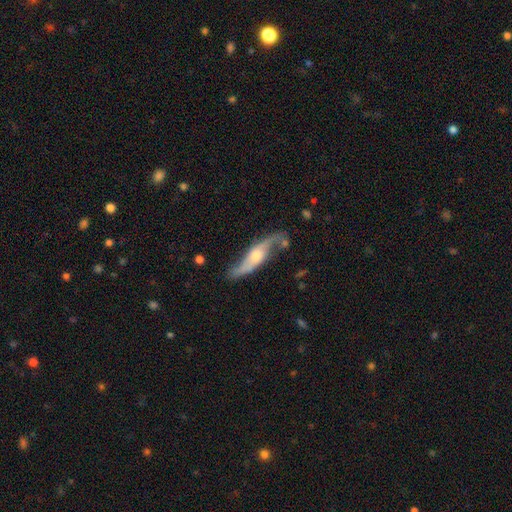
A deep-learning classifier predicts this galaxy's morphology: Smooth or featured: featured or disk — 81% (smooth — 14%)
Edge-on disk: no — 65% (yes — 35%)
Bar: no — 61% (weak — 28%)
Spiral arms: yes — 91% (no — 9%)
Bulge size: moderate — 64% (small — 23%)
Merging: none — 70% (minor disturbance — 19%)